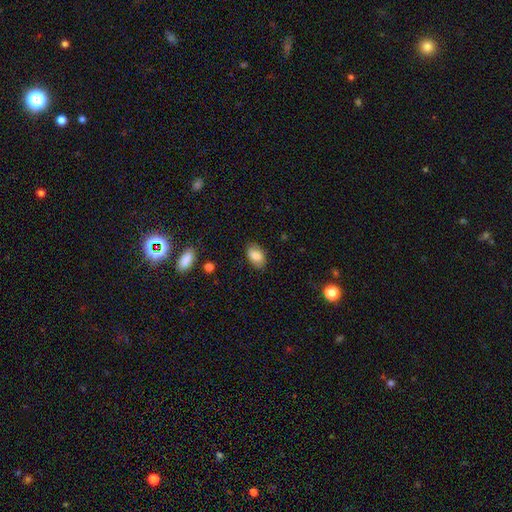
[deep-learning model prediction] smooth_or_featured: smooth (p=0.82) [alt: featured or disk p=0.10]
how_rounded: in between (p=0.91) [alt: round p=0.07]
merging: none (p=0.83) [alt: minor disturbance p=0.13]